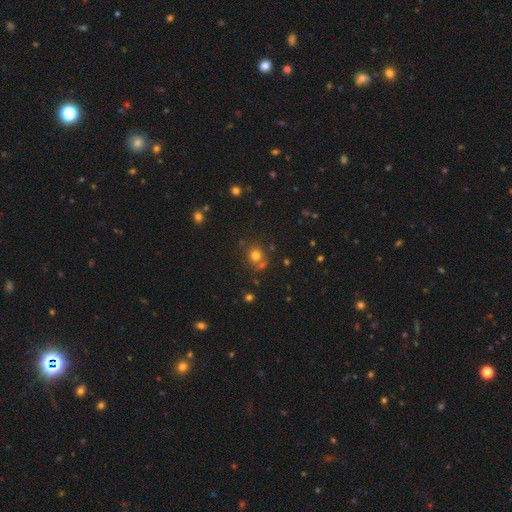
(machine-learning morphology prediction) This is likely a smooth galaxy (74%). How rounded: clearly round (85%). Merging: likely none (67%).